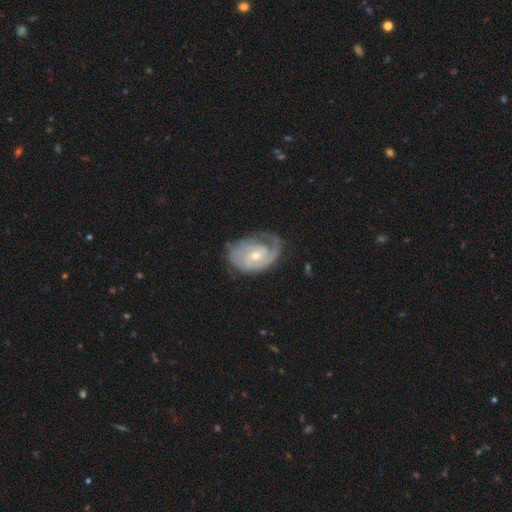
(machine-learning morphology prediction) type=featured or disk (83%); edge-on=no (96%); bar=no (70%); spiral arms=yes (93%); winding=tight (62%); arm count=2 (34%); bulge=small (48%, tied with moderate); merging=none (59%).